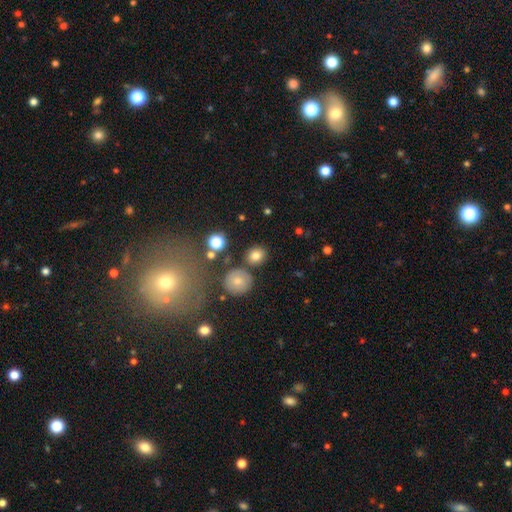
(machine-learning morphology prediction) Smooth or featured? Predicted: smooth (p=0.80). How rounded? Predicted: round (p=0.76). Merging? Predicted: none (p=0.81).